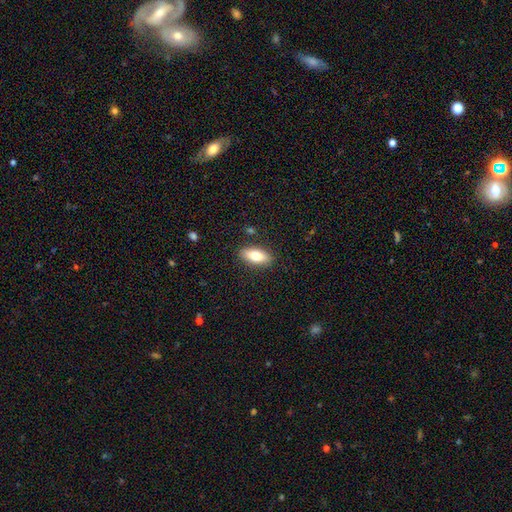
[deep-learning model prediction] Smooth or featured? smooth (76%)
How rounded? in between (83%)
Merging? none (87%)